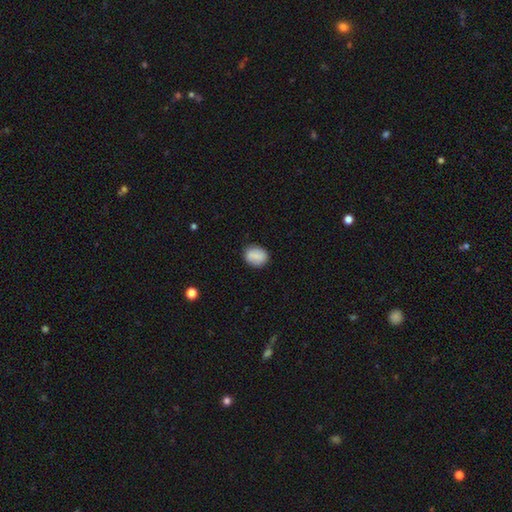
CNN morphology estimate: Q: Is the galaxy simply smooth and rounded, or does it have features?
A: smooth — 86%.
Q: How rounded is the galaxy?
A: in between — 53%.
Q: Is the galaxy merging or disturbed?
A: none — 85%.